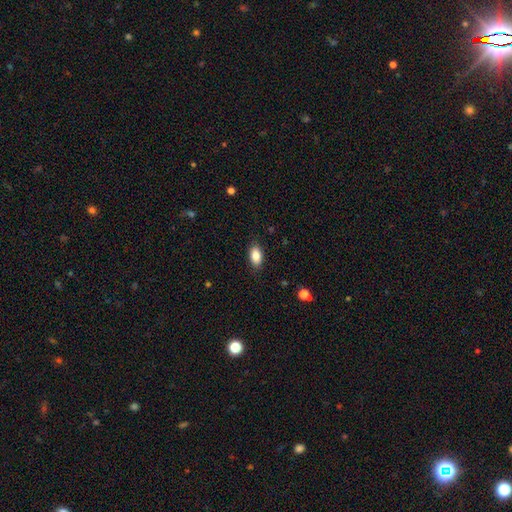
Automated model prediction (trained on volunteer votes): Overall: smooth (86%). How rounded: in between (91%). Merging: none (86%).